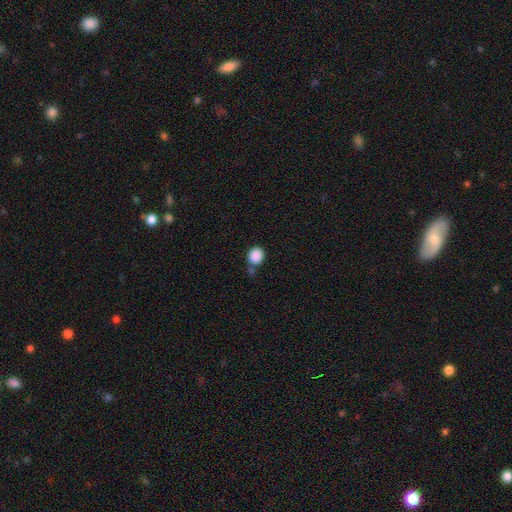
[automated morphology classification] Smooth or featured? smooth (88%)
How rounded? round (76%)
Merging? none (67%)